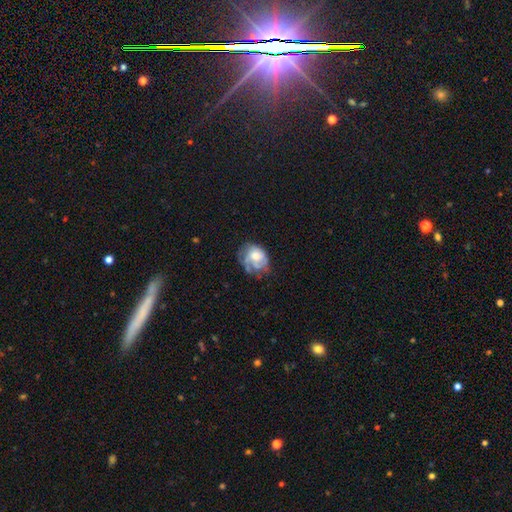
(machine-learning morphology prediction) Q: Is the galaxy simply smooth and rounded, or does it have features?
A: featured or disk — 51%.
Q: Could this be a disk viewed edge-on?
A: no — 97%.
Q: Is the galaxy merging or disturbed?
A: none — 42%.